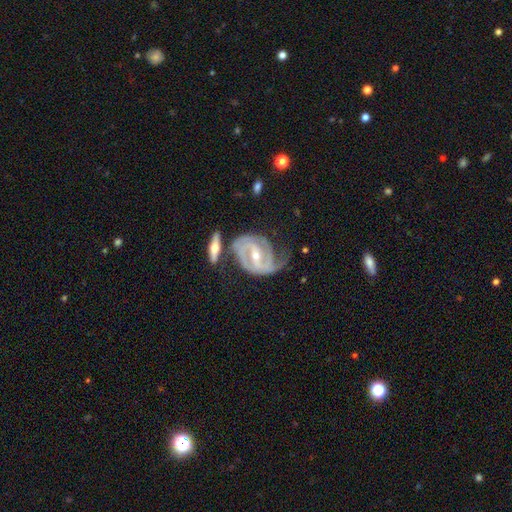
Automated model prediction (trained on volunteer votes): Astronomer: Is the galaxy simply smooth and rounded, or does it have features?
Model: featured or disk — 90%.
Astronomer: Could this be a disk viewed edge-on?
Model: no — 96%.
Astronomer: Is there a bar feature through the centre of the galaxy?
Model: strong — 44% (runner-up: weak, 41%).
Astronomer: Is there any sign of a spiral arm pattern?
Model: yes — 97%.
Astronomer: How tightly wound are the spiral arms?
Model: tight — 50% (runner-up: medium, 38%).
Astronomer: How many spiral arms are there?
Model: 2 — 59%.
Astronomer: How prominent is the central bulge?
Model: small — 53% (runner-up: moderate, 44%).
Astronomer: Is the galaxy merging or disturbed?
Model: none — 44% (runner-up: minor disturbance, 23%).